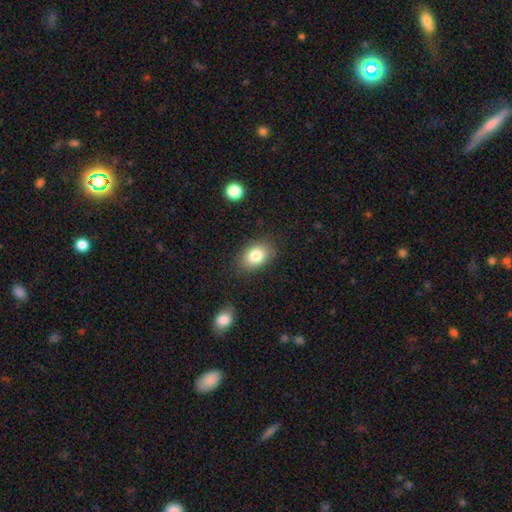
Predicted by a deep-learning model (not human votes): A smooth galaxy with no disk features (82%) that is in between round and cigar-shaped (77%).

Vote fractions:
- Smooth or featured? smooth: 82% / featured or disk: 10% / star or artifact: 9%
- How rounded? in between: 77% / round: 22% / cigar-shaped: 1%
- Merging? none: 83% / minor disturbance: 12% / major disturbance: 3% / merger: 2%